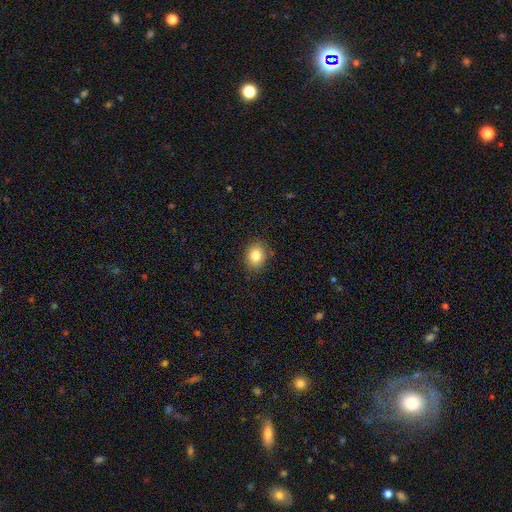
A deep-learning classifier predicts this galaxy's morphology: A smooth galaxy with no disk features (83%) that is in between round and cigar-shaped (54%).

Vote fractions:
- Smooth or featured? smooth: 83% / star or artifact: 10% / featured or disk: 7%
- How rounded? in between: 54% / round: 46% / cigar-shaped: 1%
- Merging? none: 87% / minor disturbance: 9% / major disturbance: 2% / merger: 1%